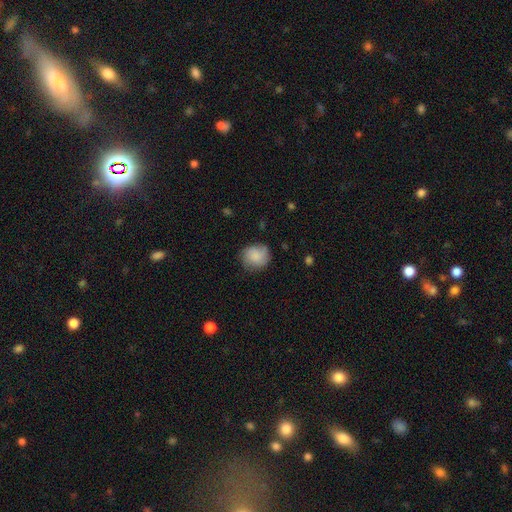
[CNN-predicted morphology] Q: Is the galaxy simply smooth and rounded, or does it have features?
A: smooth — 77%.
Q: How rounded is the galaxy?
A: round — 81%.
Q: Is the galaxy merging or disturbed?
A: none — 72%.